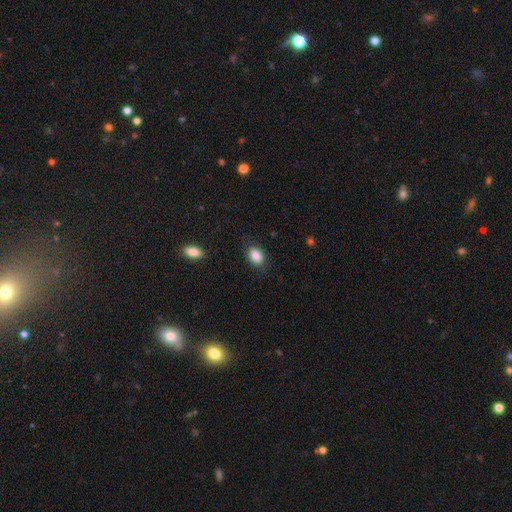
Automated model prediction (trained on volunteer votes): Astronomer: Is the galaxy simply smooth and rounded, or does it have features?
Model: smooth — 87%.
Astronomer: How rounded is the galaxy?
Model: in between — 81%.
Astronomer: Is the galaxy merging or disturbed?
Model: none — 81%.